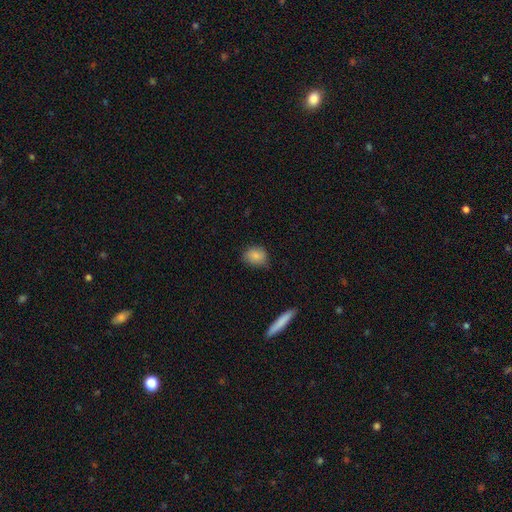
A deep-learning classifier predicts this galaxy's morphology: Smooth or featured? smooth (85%)
How rounded? round (52%)
Merging? none (72%)